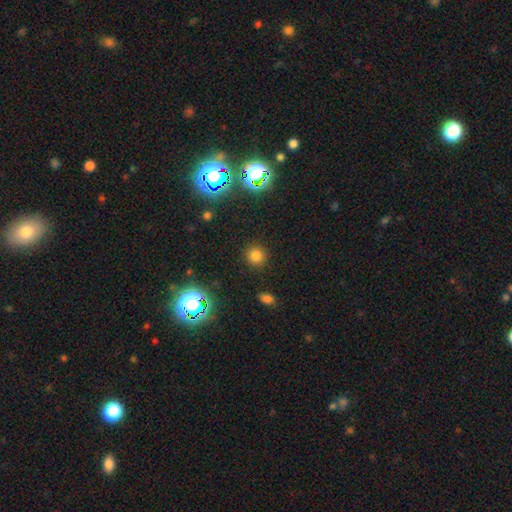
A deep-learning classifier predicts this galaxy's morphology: A smooth galaxy with no disk features (75%) that is round (92%).

Vote fractions:
- Smooth or featured? smooth: 75% / star or artifact: 20% / featured or disk: 6%
- How rounded? round: 92% / in between: 7% / cigar-shaped: 1%
- Merging? none: 89% / minor disturbance: 7% / major disturbance: 3% / merger: 2%